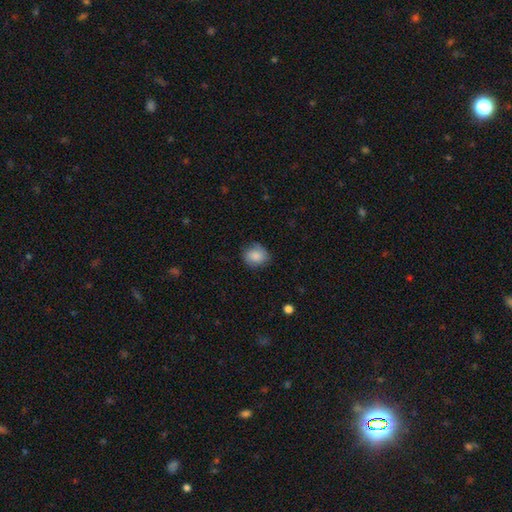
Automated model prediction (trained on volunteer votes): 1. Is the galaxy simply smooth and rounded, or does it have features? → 87% smooth, 8% star or artifact, 6% featured or disk.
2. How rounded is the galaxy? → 66% round, 34% in between, 1% cigar-shaped.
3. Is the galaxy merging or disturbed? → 77% none, 18% minor disturbance, 4% major disturbance, 1% merger.